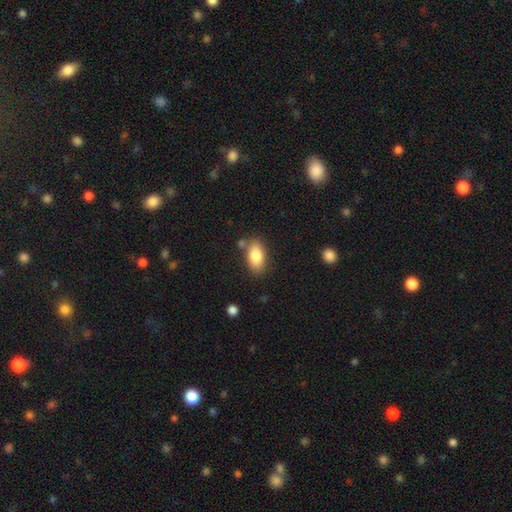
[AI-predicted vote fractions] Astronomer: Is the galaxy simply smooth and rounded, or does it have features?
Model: smooth — 83%.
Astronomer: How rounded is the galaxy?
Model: in between — 91%.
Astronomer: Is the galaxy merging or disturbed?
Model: none — 76%.